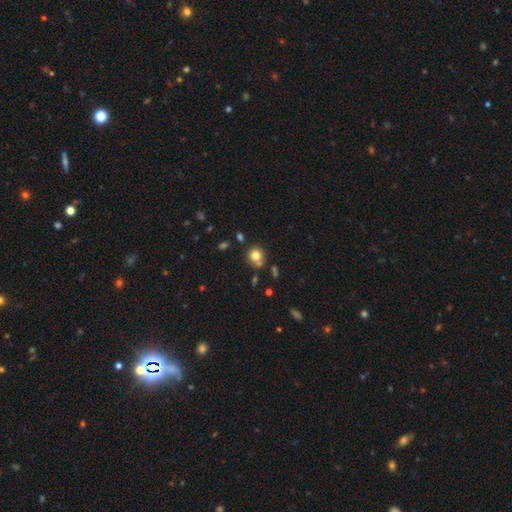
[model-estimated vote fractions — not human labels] Morphology: type=smooth (79%); roundness=round (88%); merging=none (70%).